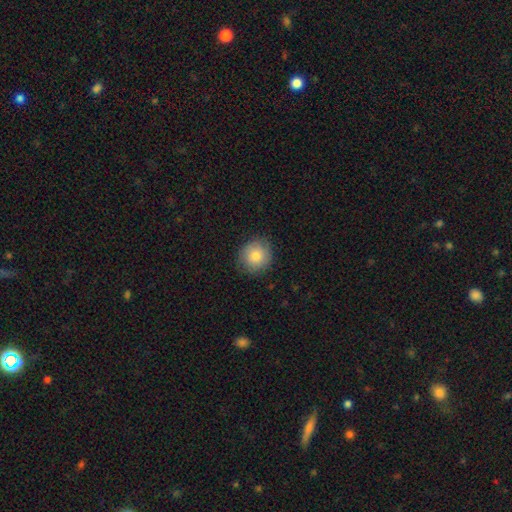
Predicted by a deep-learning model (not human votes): The model was most divided on "smooth or featured": smooth: 82%, featured or disk: 11%, star or artifact: 8%. More confident: how rounded — round (88%); merging — none (84%).